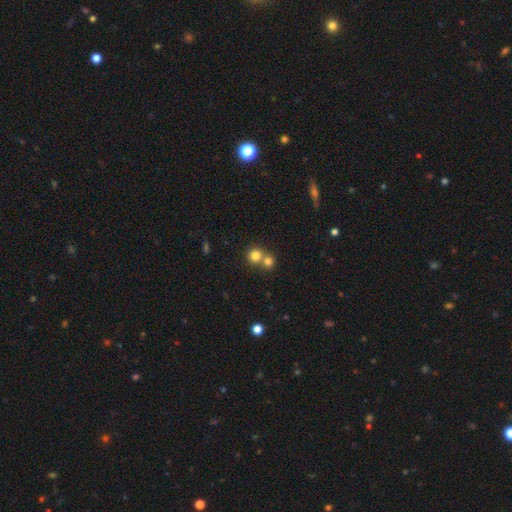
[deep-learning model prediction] This is likely a smooth galaxy (80%). How rounded: clearly round (89%). Merging: possibly none (47%).